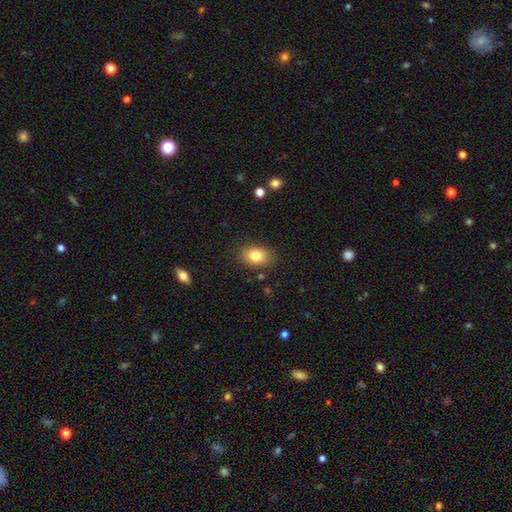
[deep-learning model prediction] Smooth or featured? smooth (82%)
How rounded? in between (79%)
Merging? none (84%)